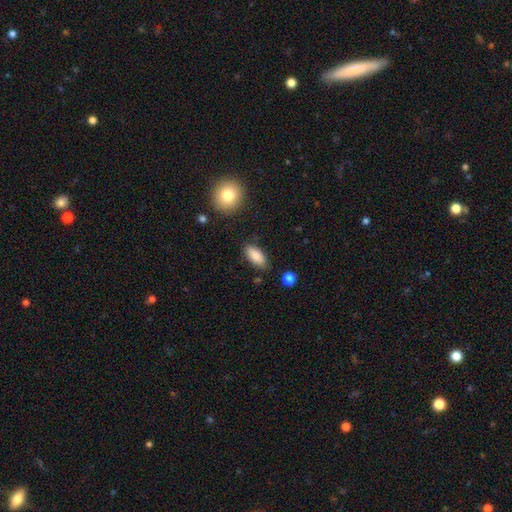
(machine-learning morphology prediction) This is clearly a smooth galaxy (85%). How rounded: clearly in between (88%). Merging: clearly none (82%).